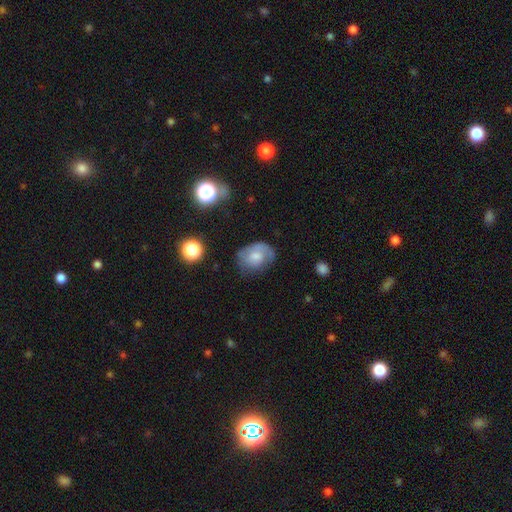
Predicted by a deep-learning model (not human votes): Overall: smooth (50%; featured or disk 41%). How rounded: in between (62%; round 37%). Merging: none (55%; minor disturbance 29%).